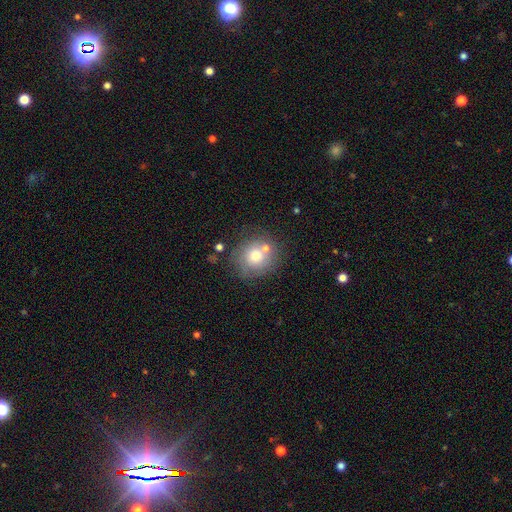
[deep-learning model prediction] smooth-or-featured: smooth: 71% | featured or disk: 19% | star or artifact: 10%
  how-rounded: round: 84% | in between: 15% | cigar-shaped: 1%
  merging: none: 63% | merger: 16% | minor disturbance: 16% | major disturbance: 6%